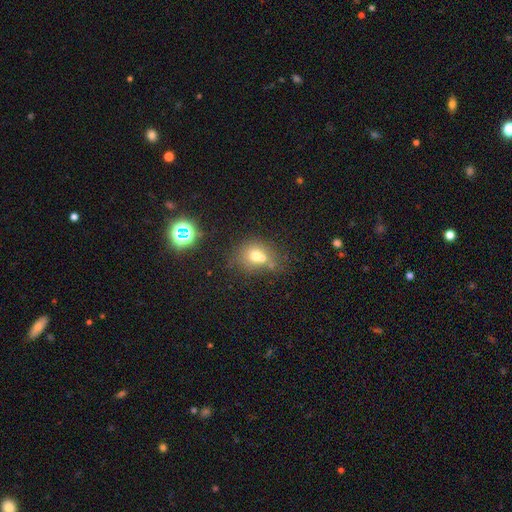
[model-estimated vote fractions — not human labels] Smooth or featured? smooth (64%)
How rounded? round (68%)
Merging? merger (46%)